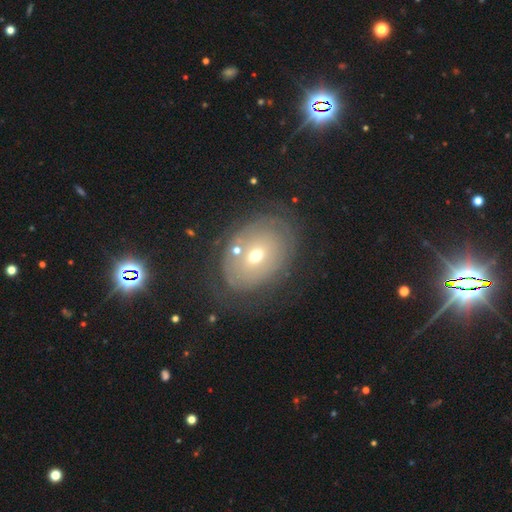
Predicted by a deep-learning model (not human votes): smooth_or_featured: featured or disk (p=0.53) [alt: smooth p=0.36]
disk_edge_on: no (p=0.94) [alt: yes p=0.06]
merging: none (p=0.60) [alt: minor disturbance p=0.20]